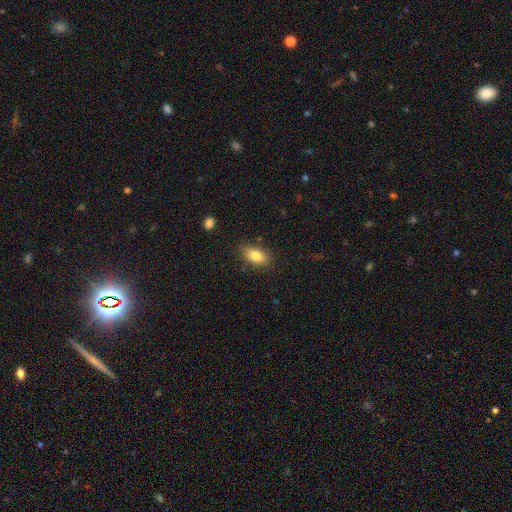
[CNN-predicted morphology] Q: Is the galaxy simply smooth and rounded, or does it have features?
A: smooth — 83%.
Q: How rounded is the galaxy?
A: in between — 90%.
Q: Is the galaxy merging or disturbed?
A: none — 84%.